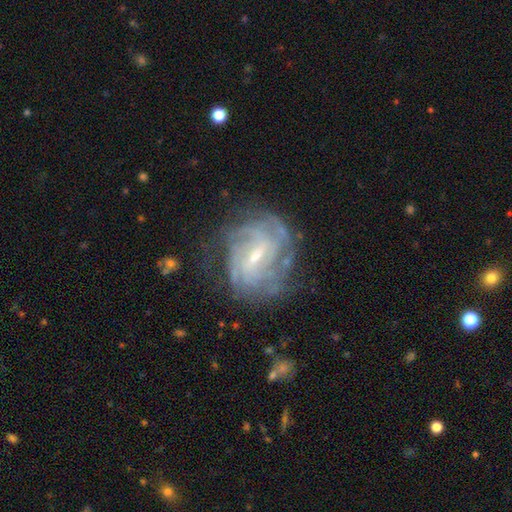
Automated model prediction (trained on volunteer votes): A featured or disk galaxy (83%) with a weak bar (57%), tight (61%) spiral arms (90%) and a small central bulge (58%). Merging: none (67%).